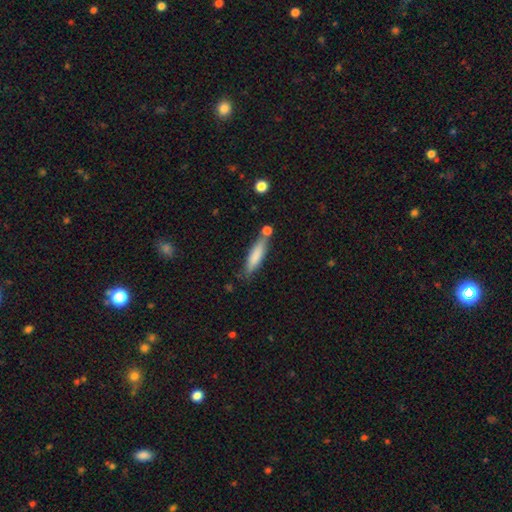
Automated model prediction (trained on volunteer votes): smooth_or_featured: smooth (p=0.76) [alt: featured or disk p=0.18]
how_rounded: cigar-shaped (p=0.77) [alt: in between p=0.22]
merging: none (p=0.63) [alt: minor disturbance p=0.17]